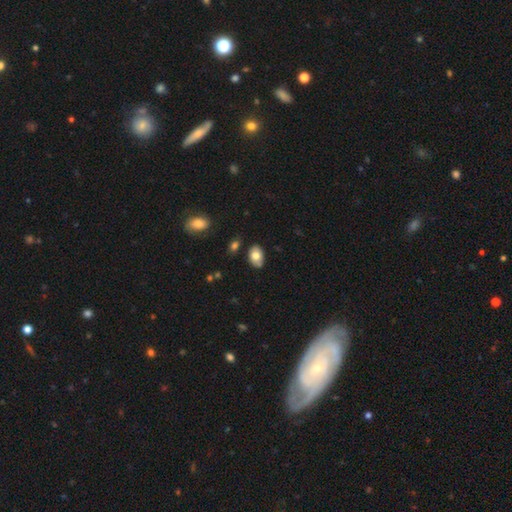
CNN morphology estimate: Smooth or featured? Predicted: smooth (p=0.76). How rounded? Predicted: in between (p=0.88). Merging? Predicted: none (p=0.80).